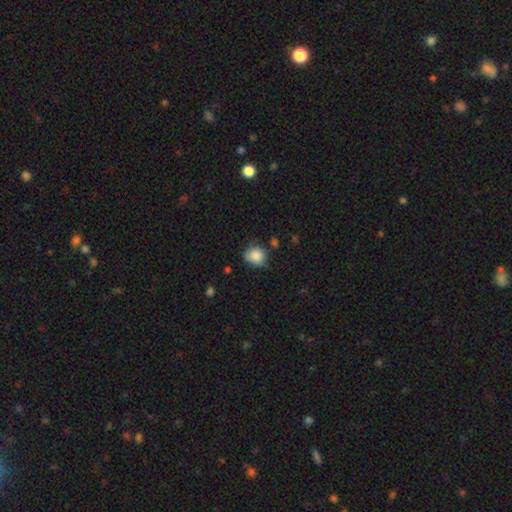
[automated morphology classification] Smooth or featured? Predicted: smooth (p=0.85). How rounded? Predicted: round (p=0.75). Merging? Predicted: none (p=0.65).